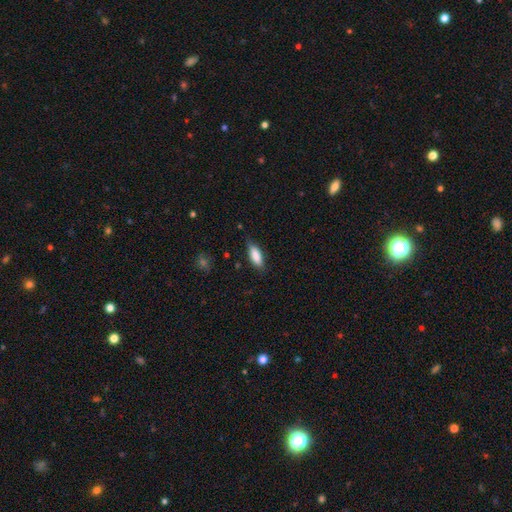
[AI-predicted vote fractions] smooth_or_featured: smooth (p=0.85) [alt: featured or disk p=0.09]
how_rounded: in between (p=0.71) [alt: cigar-shaped p=0.27]
merging: none (p=0.75) [alt: minor disturbance p=0.20]